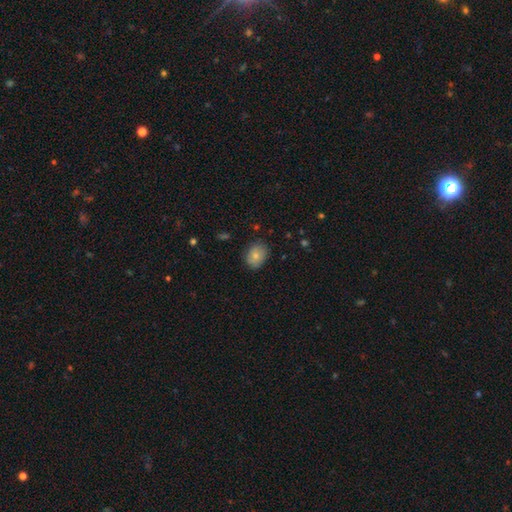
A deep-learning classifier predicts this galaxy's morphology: smooth 79%, featured or disk 13%, star or artifact 8%. Down the decision tree: how rounded — in between (52%); merging — none (80%).